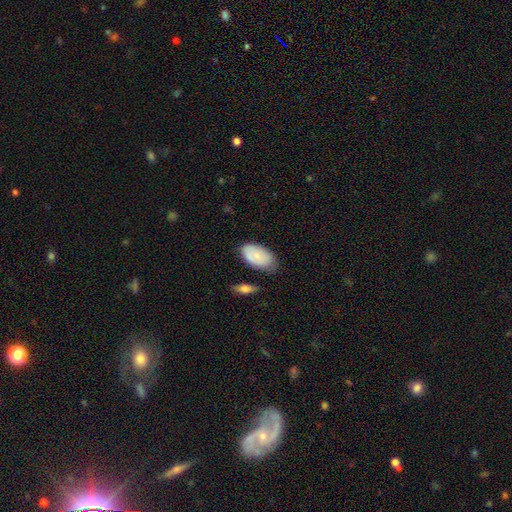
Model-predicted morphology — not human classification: Smooth or featured? Predicted: smooth (p=0.78). How rounded? Predicted: in between (p=0.94). Merging? Predicted: none (p=0.60).